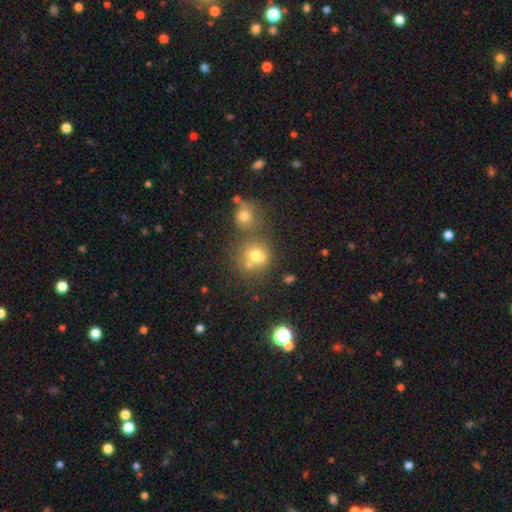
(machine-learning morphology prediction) smooth_or_featured: smooth (p=0.68) [alt: star or artifact p=0.17]
how_rounded: round (p=0.79) [alt: in between p=0.20]
merging: none (p=0.47) [alt: merger p=0.37]